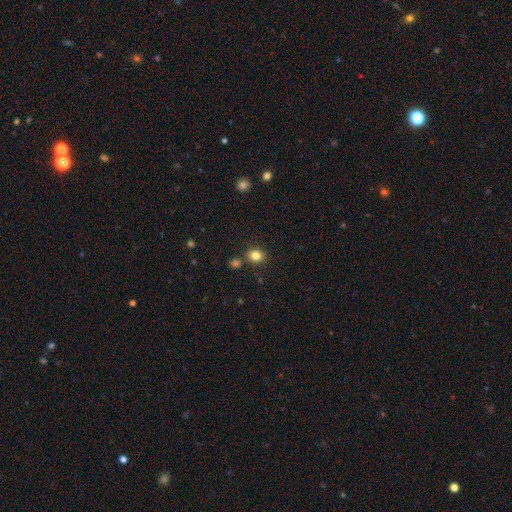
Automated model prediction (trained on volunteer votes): This is clearly a smooth galaxy (82%). How rounded: likely round (69%). Merging: likely none (79%).